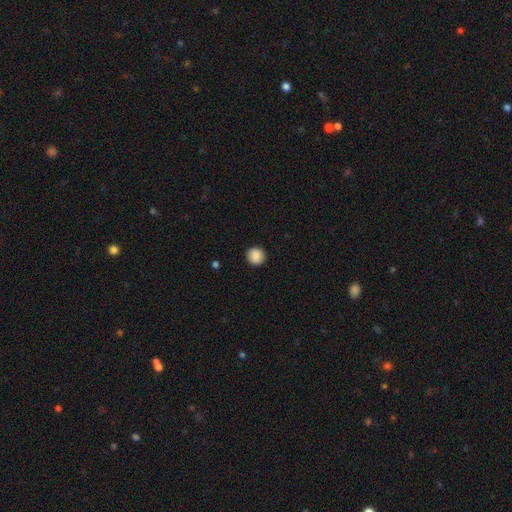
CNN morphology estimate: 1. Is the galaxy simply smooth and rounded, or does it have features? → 88% smooth, 8% star or artifact, 4% featured or disk.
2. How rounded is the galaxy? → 90% round, 9% in between, 1% cigar-shaped.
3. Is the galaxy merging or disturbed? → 90% none, 7% minor disturbance, 2% major disturbance, 1% merger.